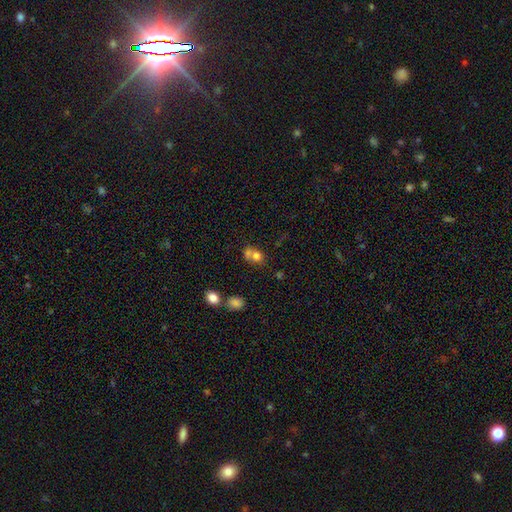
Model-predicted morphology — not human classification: Smooth or featured?
  - smooth: 72% *
  - featured or disk: 15%
  - star or artifact: 13%
How rounded?
  - round: 66% *
  - in between: 33%
  - cigar-shaped: 1%
Merging?
  - merger: 53% *
  - none: 33%
  - minor disturbance: 9%
  - major disturbance: 5%